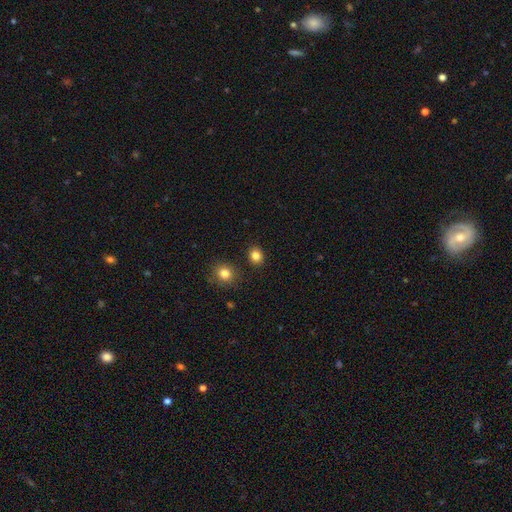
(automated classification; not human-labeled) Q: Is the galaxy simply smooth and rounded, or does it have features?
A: smooth — 83%.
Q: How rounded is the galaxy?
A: round — 74%.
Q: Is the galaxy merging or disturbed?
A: none — 88%.